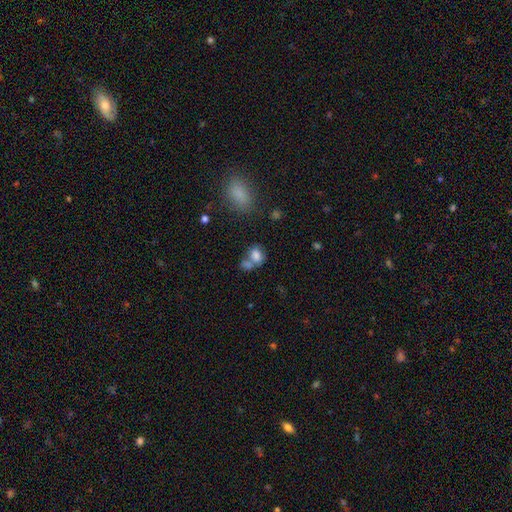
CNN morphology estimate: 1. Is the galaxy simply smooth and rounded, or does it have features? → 78% smooth, 11% featured or disk, 11% star or artifact.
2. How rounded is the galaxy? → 70% in between, 28% round, 2% cigar-shaped.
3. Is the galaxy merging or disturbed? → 48% merger, 33% none, 12% minor disturbance, 7% major disturbance.